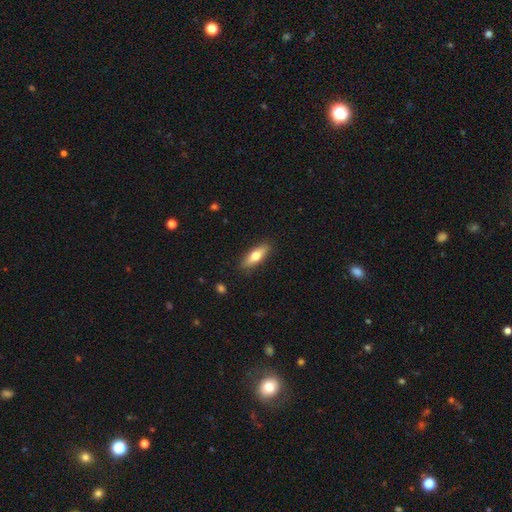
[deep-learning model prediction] Smooth or featured: smooth — 64% (featured or disk — 30%)
How rounded: in between — 52% (cigar-shaped — 45%)
Merging: none — 88% (minor disturbance — 9%)